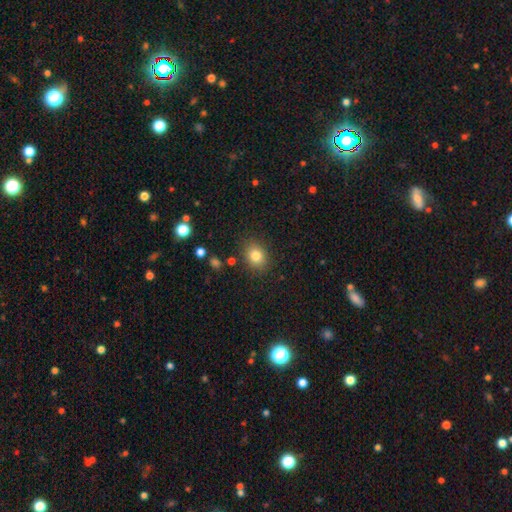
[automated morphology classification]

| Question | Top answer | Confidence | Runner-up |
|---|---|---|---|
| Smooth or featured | smooth | 82% | star or artifact (11%) |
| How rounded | round | 51% | in between (48%) |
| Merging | none | 83% | minor disturbance (11%) |